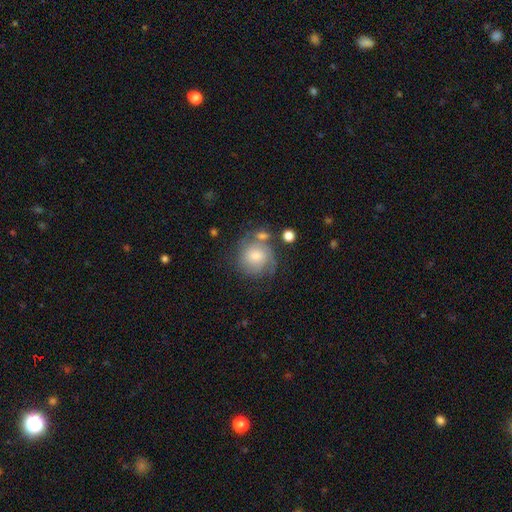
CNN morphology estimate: smooth_or_featured: smooth (p=0.58) [alt: featured or disk p=0.34]
how_rounded: round (p=0.86) [alt: in between p=0.13]
merging: none (p=0.54) [alt: minor disturbance p=0.21]